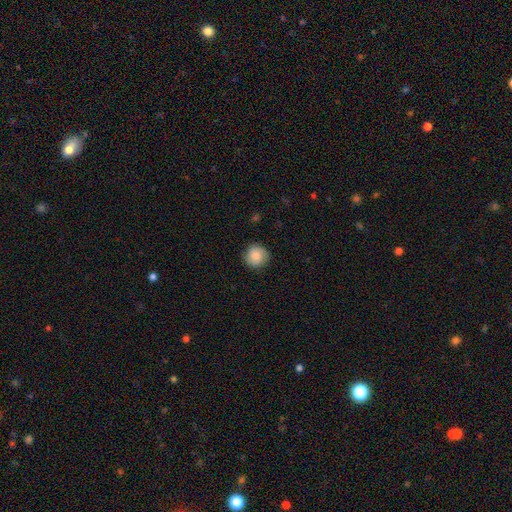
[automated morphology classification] The model was most divided on "smooth or featured": smooth: 77%, featured or disk: 14%, star or artifact: 8%. More confident: how rounded — round (92%); merging — none (85%).